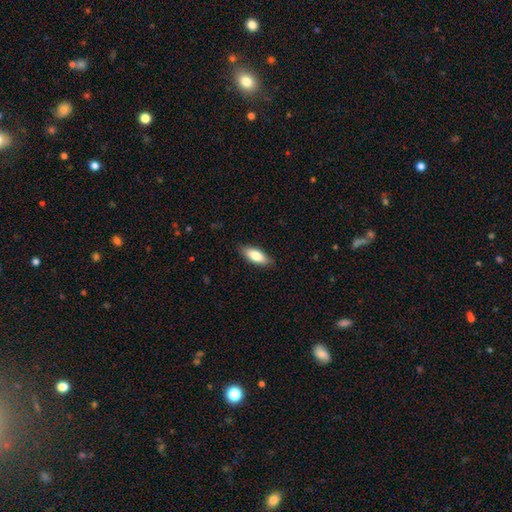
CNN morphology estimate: Smooth or featured? smooth (81%)
How rounded? in between (76%)
Merging? none (85%)